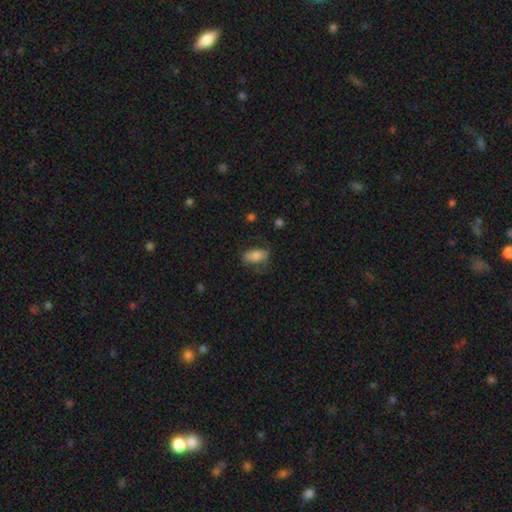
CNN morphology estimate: smooth_or_featured: smooth (p=0.71) [alt: featured or disk p=0.20]
how_rounded: in between (p=0.86) [alt: cigar-shaped p=0.08]
merging: none (p=0.57) [alt: minor disturbance p=0.25]